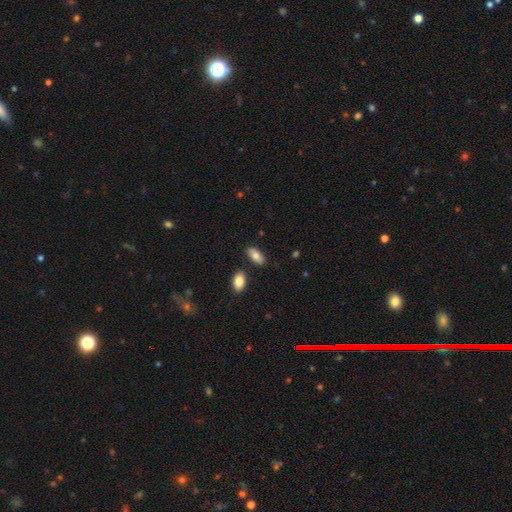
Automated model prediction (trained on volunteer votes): smooth_or_featured: smooth (p=0.79) [alt: featured or disk p=0.14]
how_rounded: in between (p=0.91) [alt: cigar-shaped p=0.06]
merging: none (p=0.83) [alt: minor disturbance p=0.10]